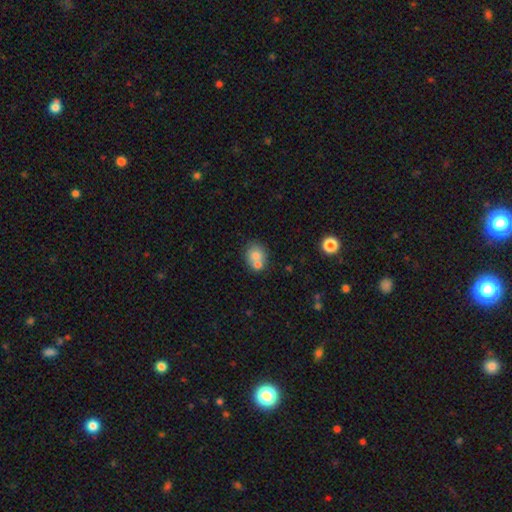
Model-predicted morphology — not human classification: This is likely a smooth galaxy (74%). How rounded: likely round (70%). Merging: possibly none (46%).